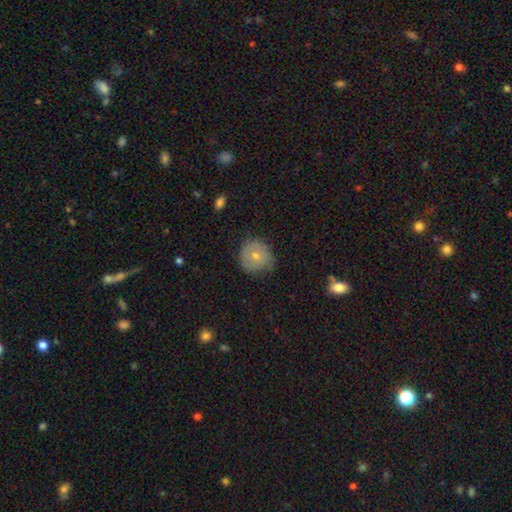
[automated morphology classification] Smooth or featured? smooth (64%)
How rounded? round (90%)
Merging? none (65%)